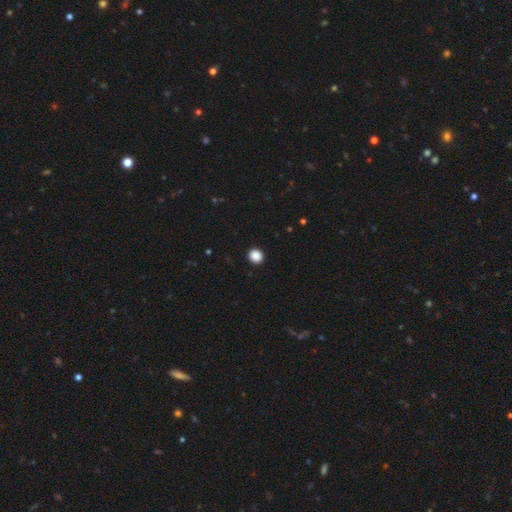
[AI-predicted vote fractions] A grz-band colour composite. It shows a smooth galaxy with no disk features (88%) that is round (88%). Merging: none (93%).